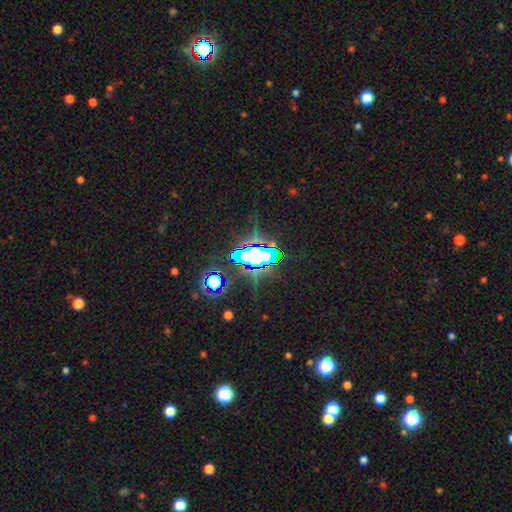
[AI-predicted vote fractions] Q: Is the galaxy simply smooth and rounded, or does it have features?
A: star or artifact — 67%.